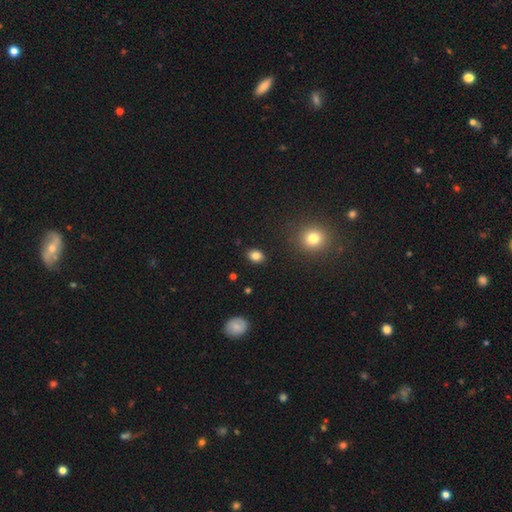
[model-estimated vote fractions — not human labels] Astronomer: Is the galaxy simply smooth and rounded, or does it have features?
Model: smooth — 83%.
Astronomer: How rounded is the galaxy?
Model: in between — 70%.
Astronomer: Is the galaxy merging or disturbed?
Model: none — 88%.